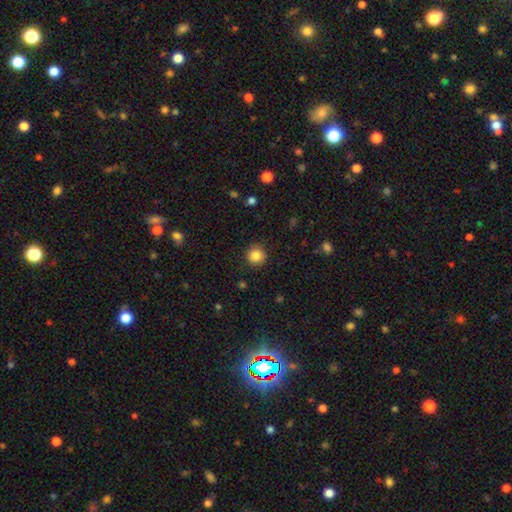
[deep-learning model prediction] This appears to be a smooth galaxy with no disk features (85%) that is round (93%). Merging: none (90%).